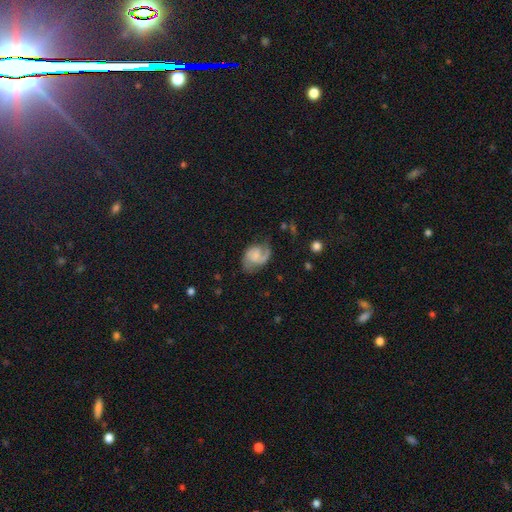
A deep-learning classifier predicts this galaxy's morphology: This appears to be a featured or disk galaxy (70%) with no bar (60%), 2 (62%) medium (47%) spiral arms (93%) and no central bulge (35%). Merging: none (55%).